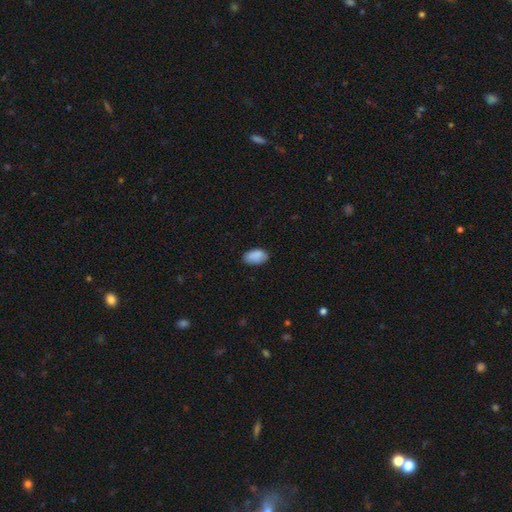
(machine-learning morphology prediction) This appears to be a smooth galaxy with no disk features (89%) that is in between round and cigar-shaped (93%). Merging: none (81%).